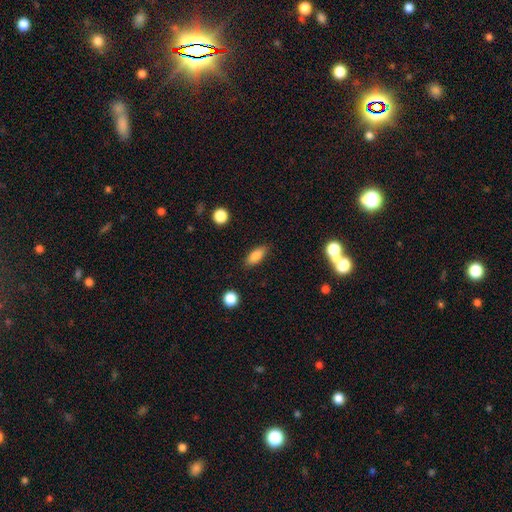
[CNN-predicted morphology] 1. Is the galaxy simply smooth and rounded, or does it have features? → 81% smooth, 11% featured or disk, 8% star or artifact.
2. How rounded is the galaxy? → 76% in between, 21% cigar-shaped, 3% round.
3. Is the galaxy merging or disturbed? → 86% none, 10% minor disturbance, 2% major disturbance, 1% merger.